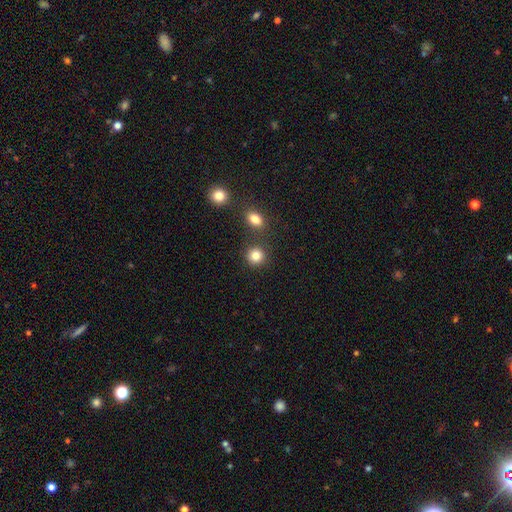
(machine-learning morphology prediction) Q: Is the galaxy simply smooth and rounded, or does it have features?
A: smooth — 84%.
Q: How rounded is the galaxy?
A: round — 88%.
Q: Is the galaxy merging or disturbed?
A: none — 80%.